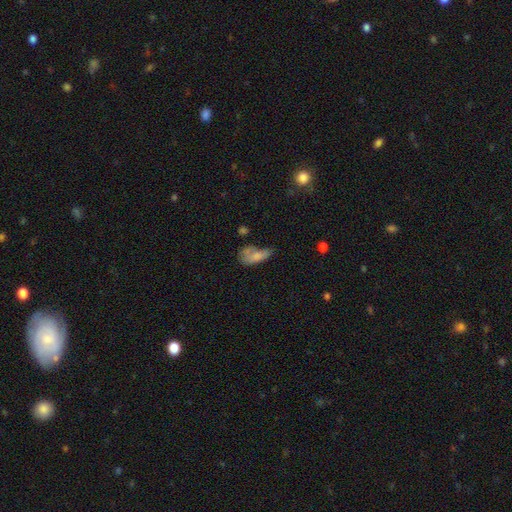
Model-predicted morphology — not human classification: smooth_or_featured: smooth (p=0.70) [alt: featured or disk p=0.20]
how_rounded: in between (p=0.80) [alt: cigar-shaped p=0.14]
merging: none (p=0.29) [alt: minor disturbance p=0.28]